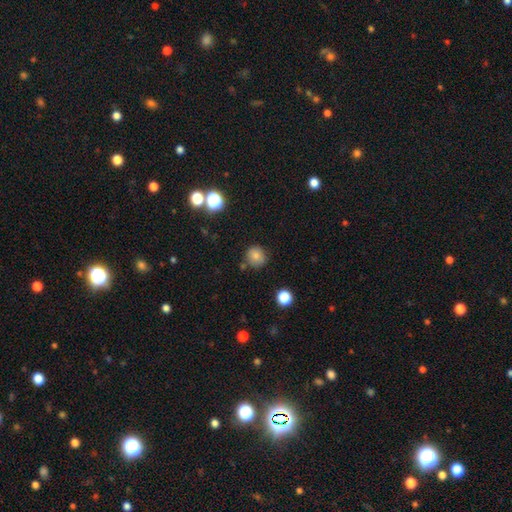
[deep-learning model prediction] A smooth galaxy with no disk features (79%) that is round (89%).

Vote fractions:
- Smooth or featured? smooth: 79% / star or artifact: 13% / featured or disk: 8%
- How rounded? round: 89% / in between: 10% / cigar-shaped: 1%
- Merging? none: 78% / minor disturbance: 13% / merger: 6% / major disturbance: 3%